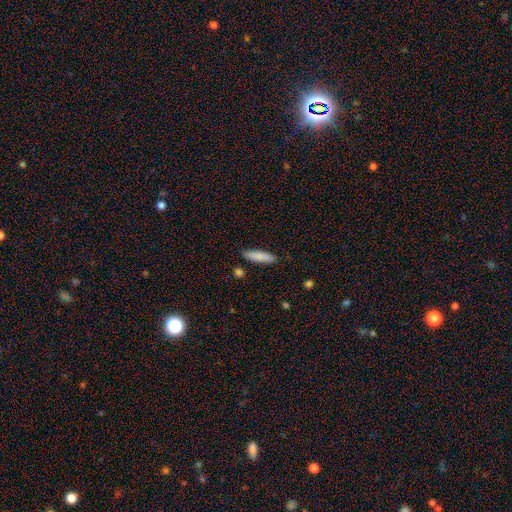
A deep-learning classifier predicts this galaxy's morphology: A smooth galaxy with no disk features (84%) that is cigar-shaped (80%).

Vote fractions:
- Smooth or featured? smooth: 84% / featured or disk: 9% / star or artifact: 7%
- How rounded? cigar-shaped: 80% / in between: 18% / round: 1%
- Merging? none: 88% / minor disturbance: 8% / merger: 2% / major disturbance: 2%